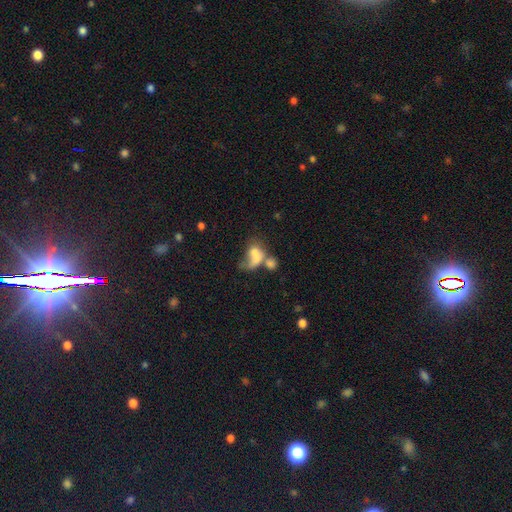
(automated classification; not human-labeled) This is possibly a smooth galaxy (60%). How rounded: likely in between (75%). Merging: possibly merger (59%).